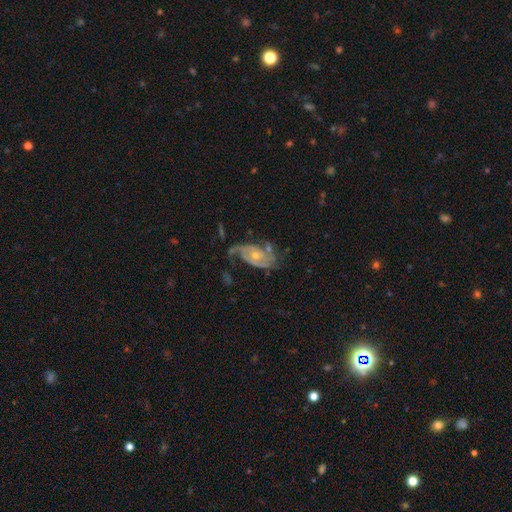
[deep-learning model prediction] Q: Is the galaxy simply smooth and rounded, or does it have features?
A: featured or disk — 82%.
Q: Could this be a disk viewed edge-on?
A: no — 96%.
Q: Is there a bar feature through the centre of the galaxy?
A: no — 71%.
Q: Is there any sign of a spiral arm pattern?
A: yes — 92%.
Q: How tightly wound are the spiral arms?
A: medium — 41%.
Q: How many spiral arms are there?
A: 2 — 60%.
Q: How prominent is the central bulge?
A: small — 49%.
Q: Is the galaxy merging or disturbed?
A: none — 43%.